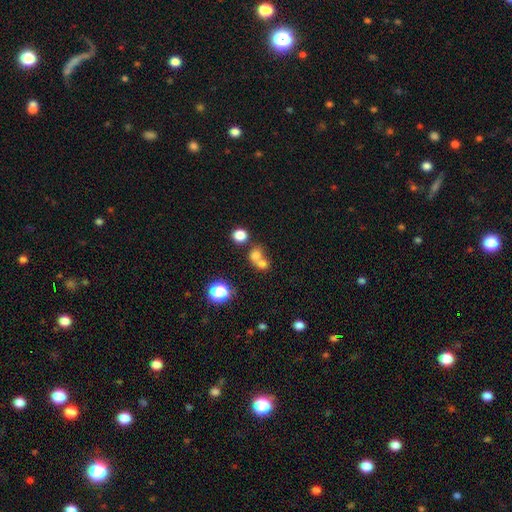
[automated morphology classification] type=smooth (71%); roundness=round (71%); merging=merger (58%).